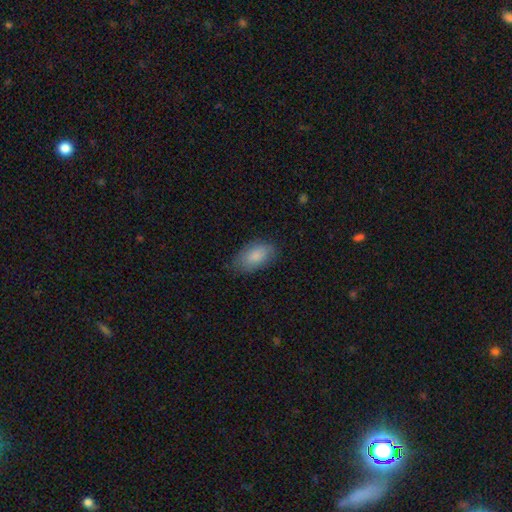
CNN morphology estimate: A smooth galaxy with no disk features (85%) that is in between round and cigar-shaped (93%). Merging: none (77%).